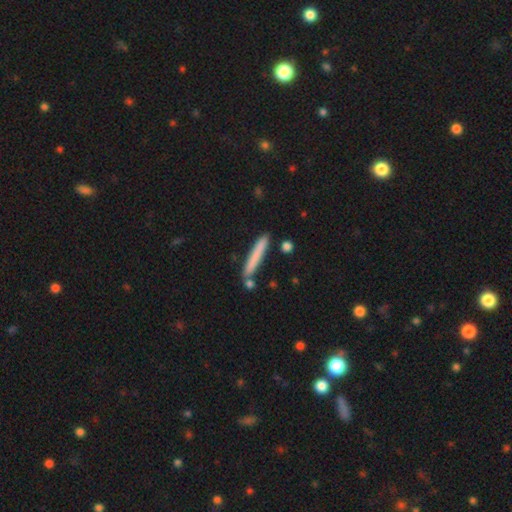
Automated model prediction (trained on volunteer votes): Smooth or featured: smooth — 75% (featured or disk — 19%)
How rounded: cigar-shaped — 96% (in between — 3%)
Merging: none — 83% (minor disturbance — 9%)